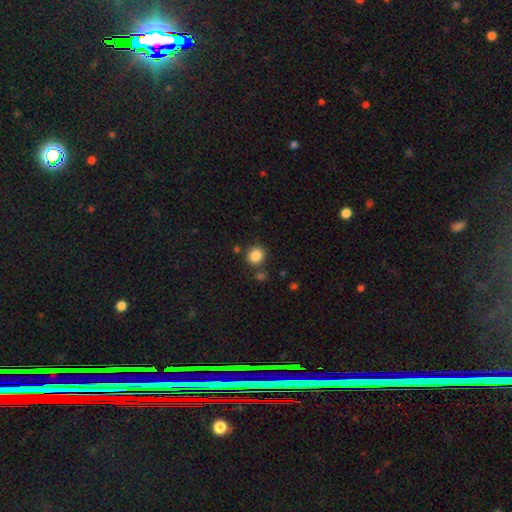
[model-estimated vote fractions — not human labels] Smooth or featured?
  - smooth: 86% *
  - star or artifact: 10%
  - featured or disk: 4%
How rounded?
  - round: 84% *
  - in between: 16%
  - cigar-shaped: 1%
Merging?
  - none: 82% *
  - minor disturbance: 9%
  - merger: 7%
  - major disturbance: 3%